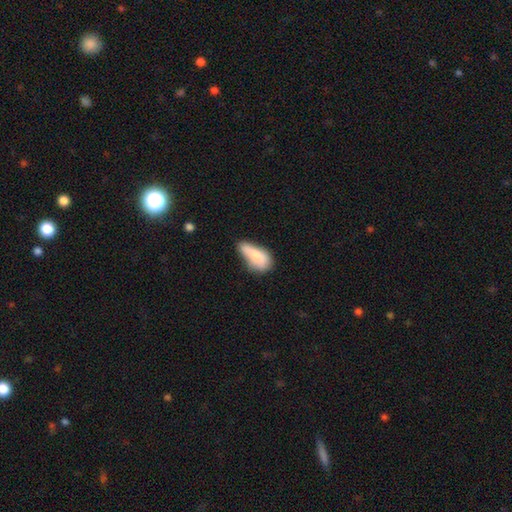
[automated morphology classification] Smooth or featured? smooth (77%)
How rounded? in between (78%)
Merging? none (37%)